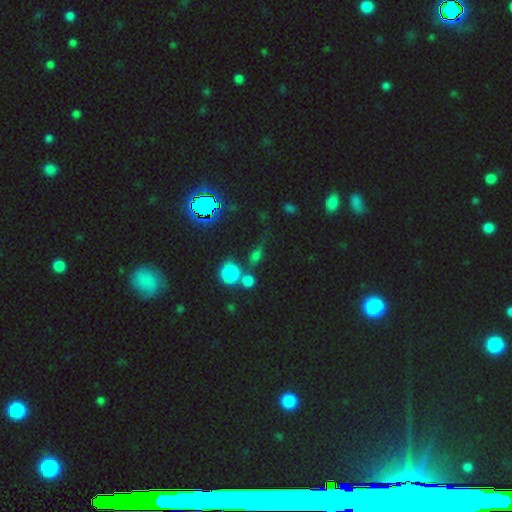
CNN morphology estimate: smooth 54%, star or artifact 32%, featured or disk 14%. Down the decision tree: how rounded — round (53%); merging — none (55%).